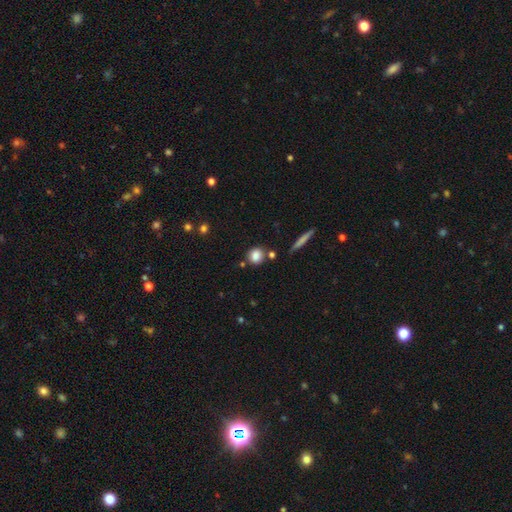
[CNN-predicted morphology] A smooth galaxy with no disk features (83%) that is round (80%).

Vote fractions:
- Smooth or featured? smooth: 83% / star or artifact: 10% / featured or disk: 7%
- How rounded? round: 80% / in between: 17% / cigar-shaped: 3%
- Merging? none: 77% / minor disturbance: 11% / merger: 9% / major disturbance: 3%